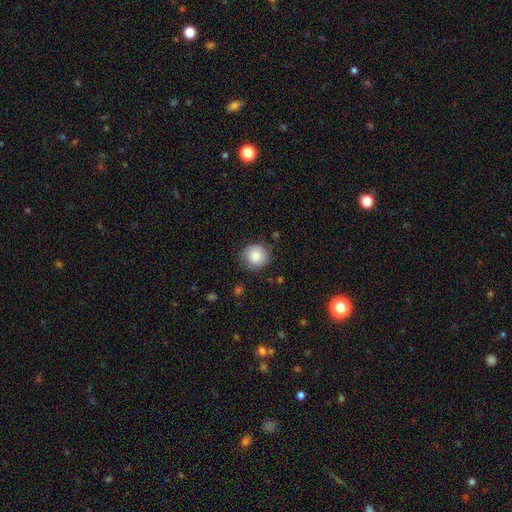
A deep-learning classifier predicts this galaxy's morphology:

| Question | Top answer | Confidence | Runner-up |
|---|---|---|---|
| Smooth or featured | smooth | 85% | star or artifact (8%) |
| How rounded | round | 92% | in between (7%) |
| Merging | none | 81% | minor disturbance (14%) |